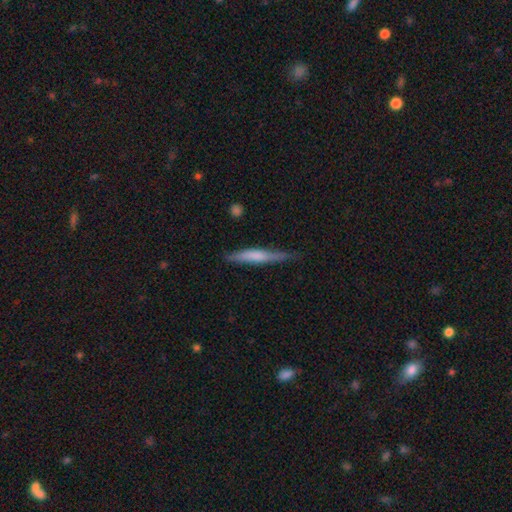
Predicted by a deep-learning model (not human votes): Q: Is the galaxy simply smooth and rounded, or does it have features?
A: smooth — 55%.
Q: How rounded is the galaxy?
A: cigar-shaped — 93%.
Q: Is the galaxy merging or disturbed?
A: none — 74%.